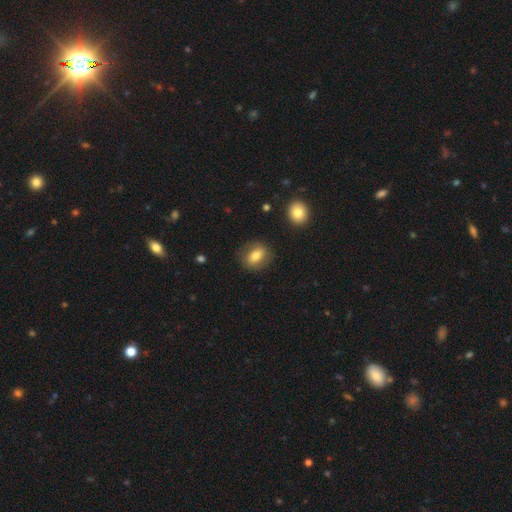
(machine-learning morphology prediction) type=smooth (76%); roundness=in between (56%); merging=none (80%).